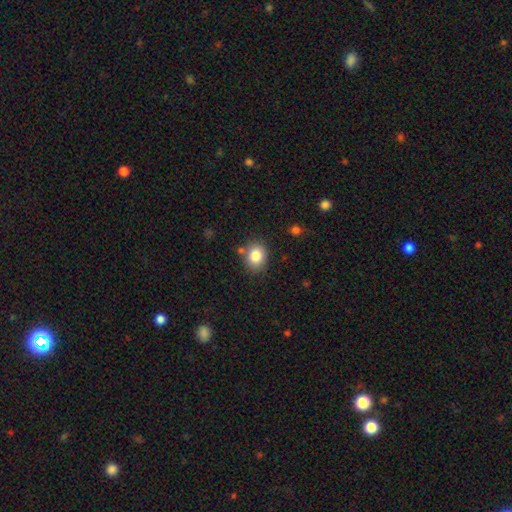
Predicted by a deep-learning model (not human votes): Smooth or featured: smooth — 84% (star or artifact — 9%)
How rounded: round — 56% (in between — 43%)
Merging: none — 77% (minor disturbance — 13%)